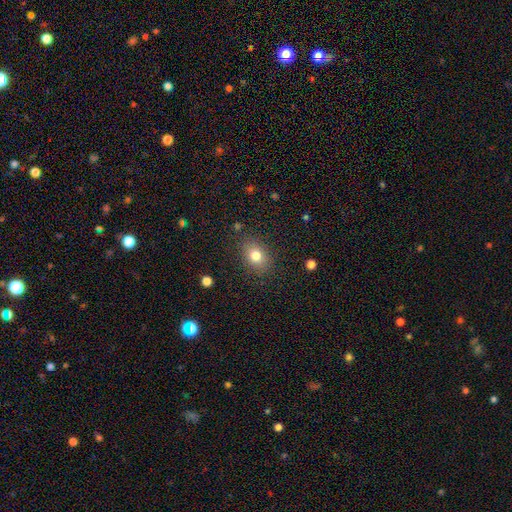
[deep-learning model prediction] Smooth or featured? smooth (78%)
How rounded? in between (67%)
Merging? none (84%)